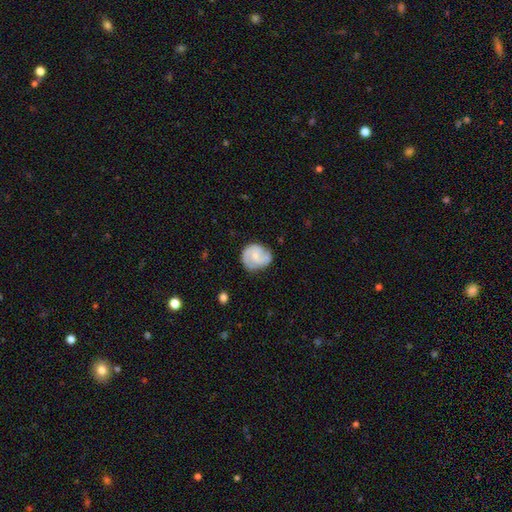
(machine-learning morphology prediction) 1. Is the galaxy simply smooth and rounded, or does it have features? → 73% featured or disk, 21% smooth, 5% star or artifact.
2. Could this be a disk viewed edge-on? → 98% no, 2% yes.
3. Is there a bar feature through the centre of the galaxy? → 63% no, 32% weak, 5% strong.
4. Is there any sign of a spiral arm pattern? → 95% yes, 5% no.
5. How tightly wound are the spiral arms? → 45% medium, 43% tight, 13% loose.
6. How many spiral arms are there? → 74% 2, 9% 3, 9% can't tell, 4% 1, 2% 4, 2% more than 4.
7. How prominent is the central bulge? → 58% small, 29% moderate, 11% none, 2% large, 1% dominant.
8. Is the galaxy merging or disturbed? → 71% none, 21% minor disturbance, 6% major disturbance, 2% merger.